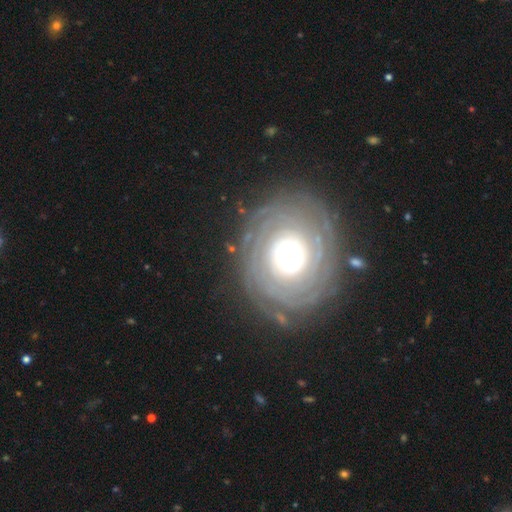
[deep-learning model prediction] Smooth or featured? Predicted: featured or disk (p=0.68). Edge-on disk? Predicted: no (p=0.97). Bar? Predicted: no (p=0.81). Spiral arms? Predicted: yes (p=0.74). Bulge size? Predicted: moderate (p=0.54). Merging? Predicted: none (p=0.84).